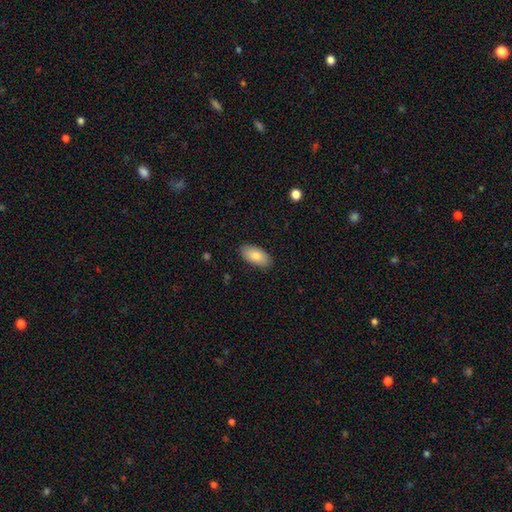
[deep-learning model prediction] Smooth or featured?
  - smooth: 83% *
  - featured or disk: 11%
  - star or artifact: 6%
How rounded?
  - in between: 94% *
  - cigar-shaped: 4%
  - round: 2%
Merging?
  - none: 88% *
  - minor disturbance: 9%
  - major disturbance: 2%
  - merger: 1%